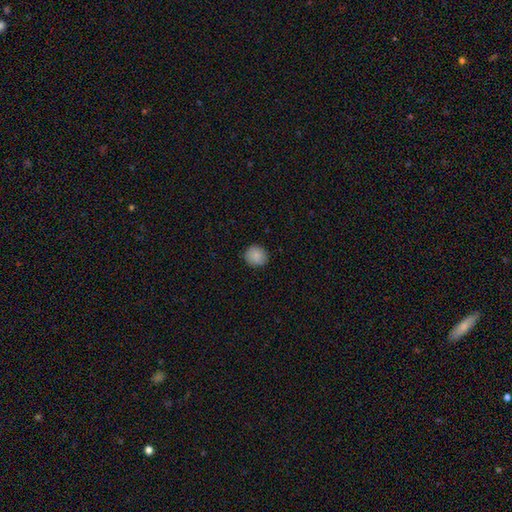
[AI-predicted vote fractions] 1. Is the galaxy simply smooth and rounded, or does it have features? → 87% smooth, 8% star or artifact, 5% featured or disk.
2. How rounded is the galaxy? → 87% round, 12% in between, 1% cigar-shaped.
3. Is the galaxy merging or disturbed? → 86% none, 11% minor disturbance, 2% major disturbance, 1% merger.